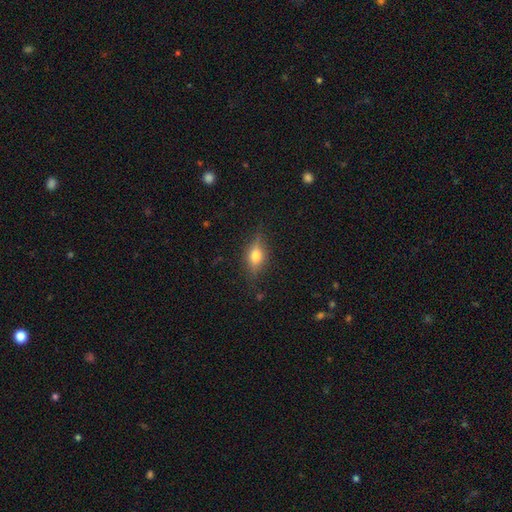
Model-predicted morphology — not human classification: A smooth galaxy with no disk features (52%) that is in between round and cigar-shaped (69%). Merging: none (80%).